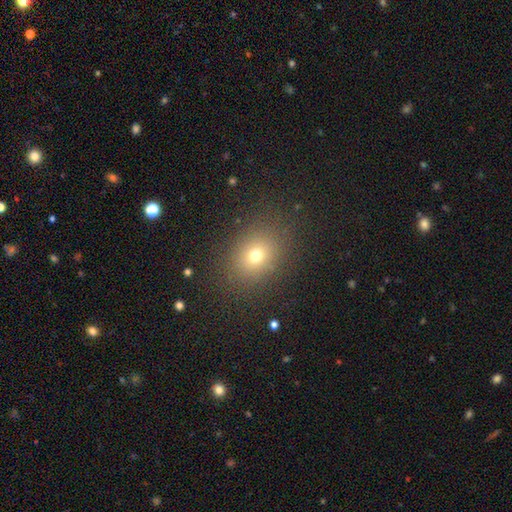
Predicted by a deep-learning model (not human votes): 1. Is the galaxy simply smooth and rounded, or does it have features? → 71% smooth, 18% star or artifact, 11% featured or disk.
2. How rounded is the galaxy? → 53% round, 46% in between, 1% cigar-shaped.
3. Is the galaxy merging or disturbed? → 84% none, 10% minor disturbance, 5% major disturbance, 1% merger.